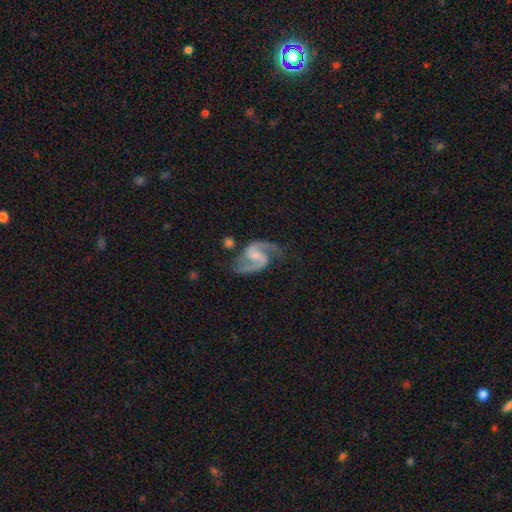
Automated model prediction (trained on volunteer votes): The model was most divided on "bulge size": small: 40%, moderate: 30%, none: 26%, large: 3%, dominant: 1%. More confident: edge-on disk — no (98%); spiral arms — yes (98%); spiral arm count — 2 (94%); smooth or featured — featured or disk (93%); merging — none (71%); spiral winding — medium (60%); bar — weak (50%).